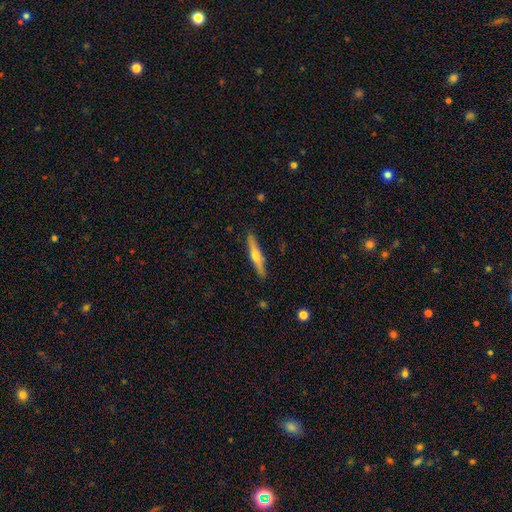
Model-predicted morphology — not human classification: A featured or disk galaxy (54%) viewed edge-on (95%) with a rounded central bulge (88%). Merging: none (90%).